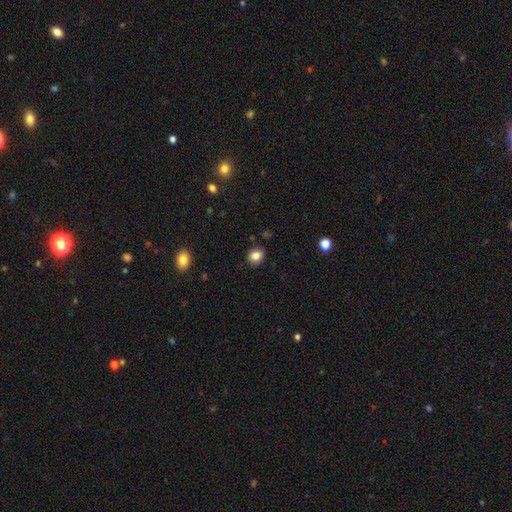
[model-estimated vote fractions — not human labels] Morphology: type=smooth (84%); roundness=round (70%); merging=none (86%).